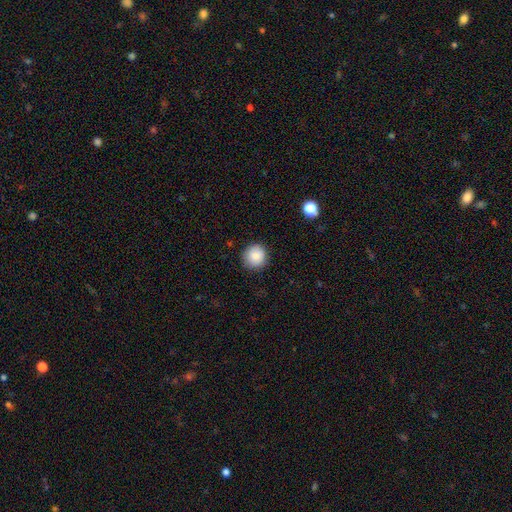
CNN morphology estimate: smooth-or-featured: smooth: 87% | star or artifact: 9% | featured or disk: 5%
  how-rounded: round: 92% | in between: 7% | cigar-shaped: 1%
  merging: none: 88% | minor disturbance: 9% | major disturbance: 2% | merger: 1%